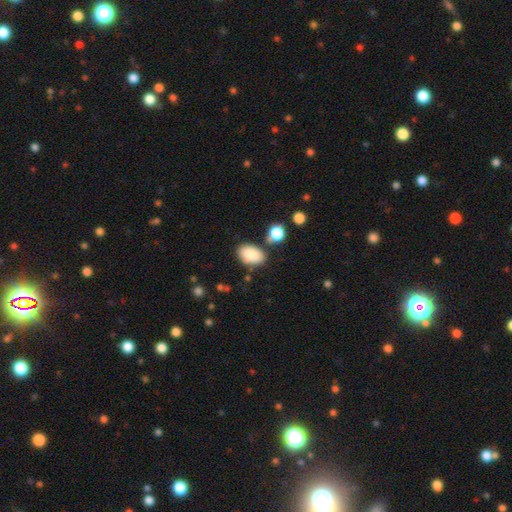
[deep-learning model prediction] A smooth galaxy with no disk features (86%) that is in between round and cigar-shaped (90%).

Vote fractions:
- Smooth or featured? smooth: 86% / star or artifact: 8% / featured or disk: 6%
- How rounded? in between: 90% / round: 8% / cigar-shaped: 1%
- Merging? none: 71% / minor disturbance: 15% / merger: 9% / major disturbance: 4%